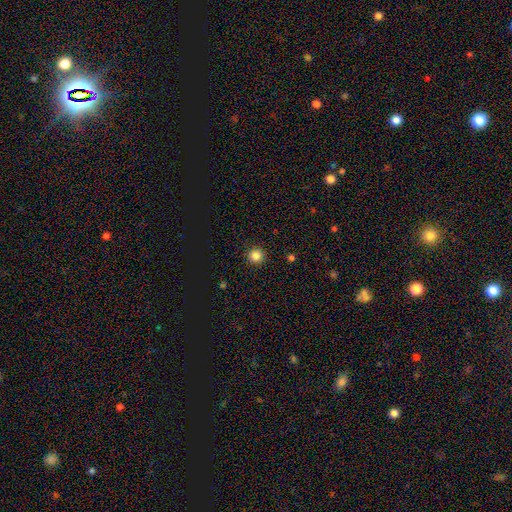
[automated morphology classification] A smooth galaxy with no disk features (84%) that is round (95%).

Vote fractions:
- Smooth or featured? smooth: 84% / star or artifact: 13% / featured or disk: 4%
- How rounded? round: 95% / in between: 4% / cigar-shaped: 1%
- Merging? none: 93% / minor disturbance: 5% / major disturbance: 2% / merger: 1%